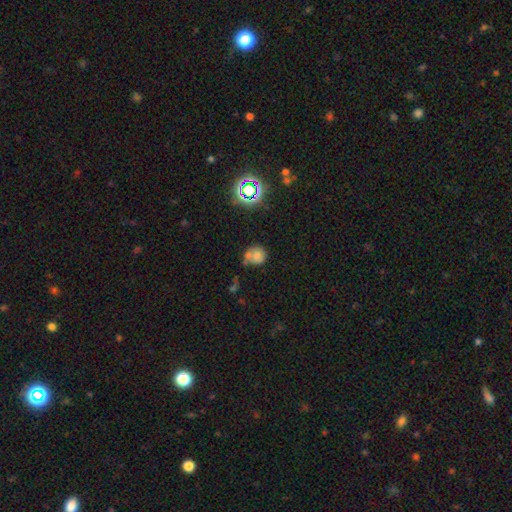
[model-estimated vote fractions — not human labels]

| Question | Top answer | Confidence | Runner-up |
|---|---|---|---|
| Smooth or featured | smooth | 66% | star or artifact (18%) |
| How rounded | round | 79% | in between (20%) |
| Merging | none | 43% | merger (31%) |